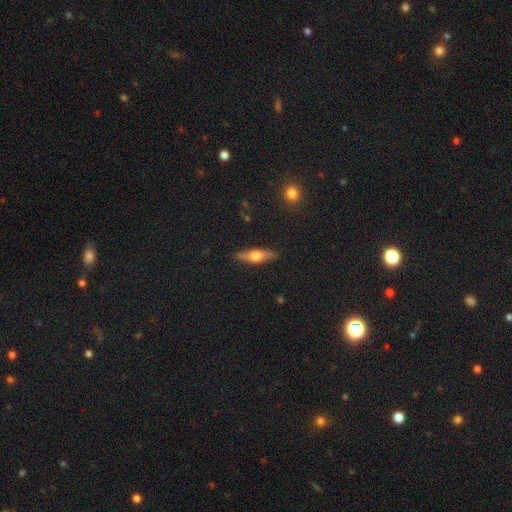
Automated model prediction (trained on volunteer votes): Q: Smooth or featured?
A: featured or disk (50%); runner-up: smooth (43%)
Q: Edge-on disk?
A: yes (89%); runner-up: no (11%)
Q: Merging?
A: none (87%); runner-up: minor disturbance (10%)